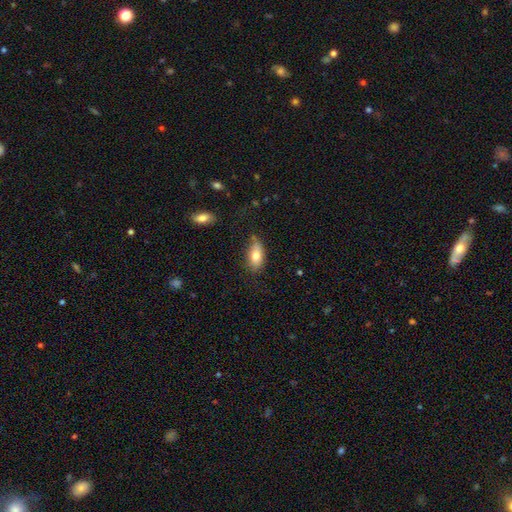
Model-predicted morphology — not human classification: smooth_or_featured: smooth (p=0.76) [alt: featured or disk p=0.16]
how_rounded: in between (p=0.87) [alt: cigar-shaped p=0.09]
merging: none (p=0.67) [alt: minor disturbance p=0.24]